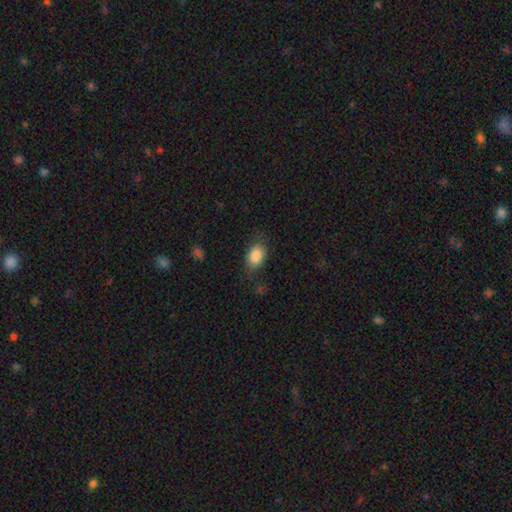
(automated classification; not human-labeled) smooth_or_featured: smooth (p=0.85) [alt: star or artifact p=0.08]
how_rounded: in between (p=0.81) [alt: round p=0.17]
merging: none (p=0.69) [alt: minor disturbance p=0.21]